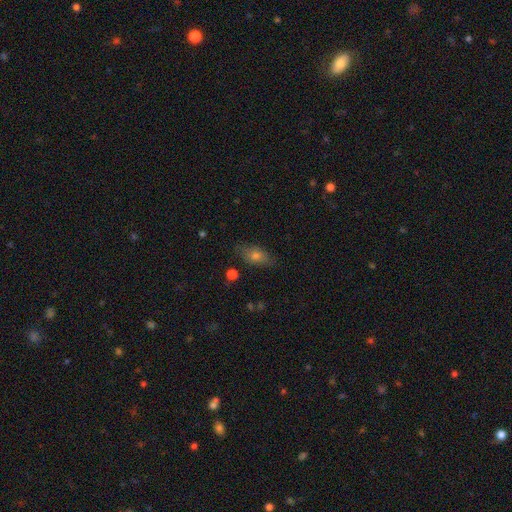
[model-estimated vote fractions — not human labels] Overall: smooth (65%). How rounded: in between (78%). Merging: none (79%).